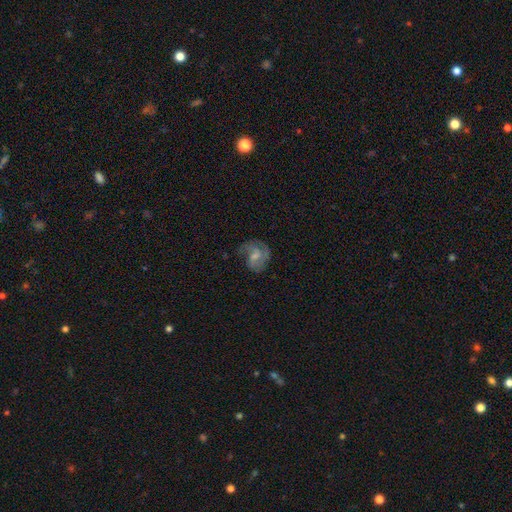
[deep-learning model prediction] Smooth or featured?
  - featured or disk: 61% *
  - smooth: 31%
  - star or artifact: 8%
Edge-on disk?
  - no: 98% *
  - yes: 2%
Bar?
  - weak: 50% *
  - no: 39%
  - strong: 11%
Spiral arms?
  - yes: 84% *
  - no: 16%
Spiral winding?
  - medium: 47% *
  - tight: 28%
  - loose: 25%
Spiral arm count?
  - 2: 44% *
  - can't tell: 20%
  - 1: 17%
  - 3: 13%
  - 4: 3%
  - more than 4: 2%
Bulge size?
  - small: 36% *
  - moderate: 34%
  - none: 23%
  - large: 5%
  - dominant: 1%
Merging?
  - none: 51% *
  - minor disturbance: 24%
  - major disturbance: 22%
  - merger: 2%